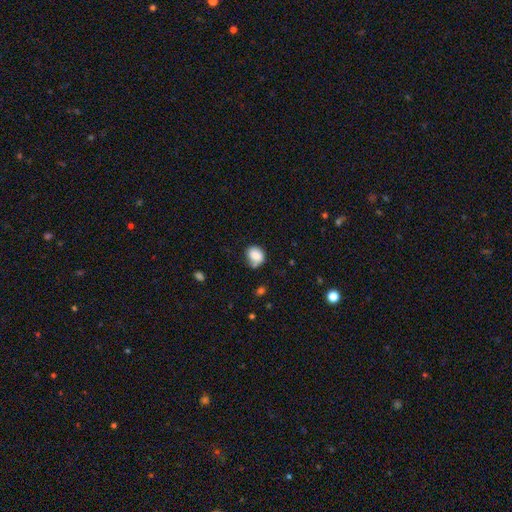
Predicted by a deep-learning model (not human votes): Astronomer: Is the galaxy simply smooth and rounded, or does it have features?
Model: smooth — 83%.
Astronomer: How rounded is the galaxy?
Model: round — 56% (runner-up: in between, 43%).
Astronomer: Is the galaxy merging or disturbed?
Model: none — 55%.